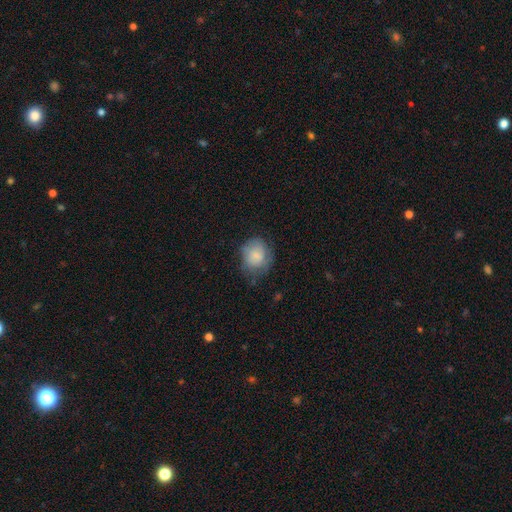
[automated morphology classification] The model was most divided on "merging": none: 56%, minor disturbance: 29%, major disturbance: 13%, merger: 2%. More confident: smooth or featured — smooth (76%); how rounded — round (72%).